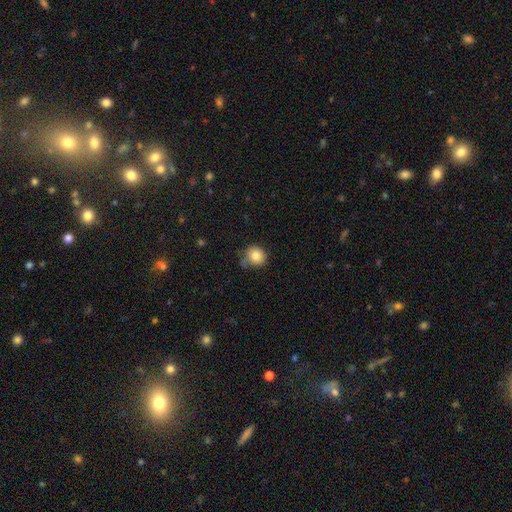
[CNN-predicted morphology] The model was most divided on "merging": none: 66%, minor disturbance: 23%, major disturbance: 6%, merger: 5%. More confident: how rounded — round (85%); smooth or featured — smooth (84%).